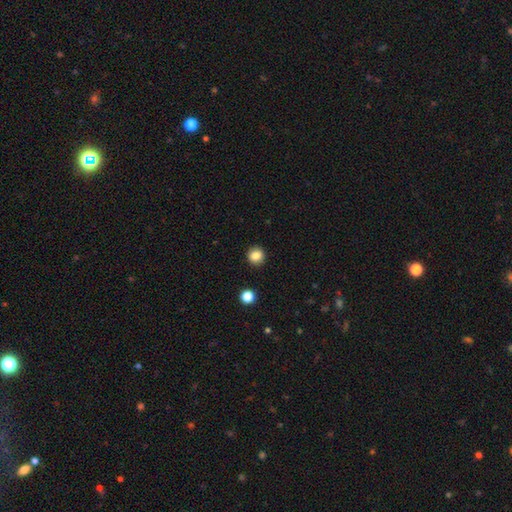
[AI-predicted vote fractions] The model was most divided on "smooth or featured": smooth: 83%, star or artifact: 11%, featured or disk: 6%. More confident: merging — none (92%); how rounded — round (90%).